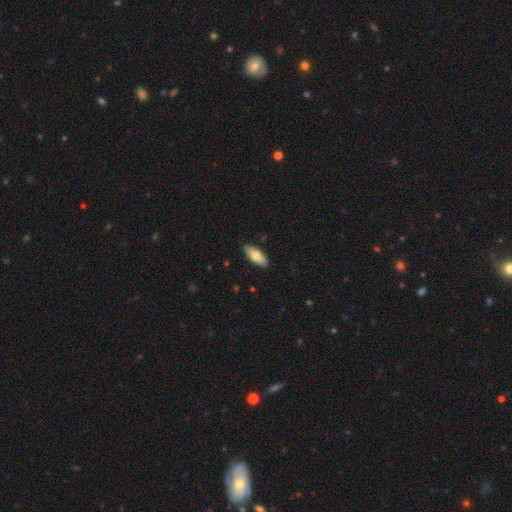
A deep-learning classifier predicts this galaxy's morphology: Smooth or featured: smooth — 76% (featured or disk — 18%)
How rounded: in between — 85% (cigar-shaped — 13%)
Merging: none — 88% (minor disturbance — 10%)